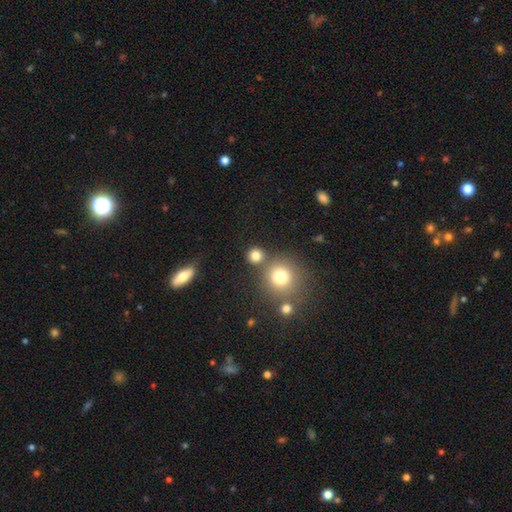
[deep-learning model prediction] Smooth or featured? smooth (80%)
How rounded? round (90%)
Merging? none (74%)